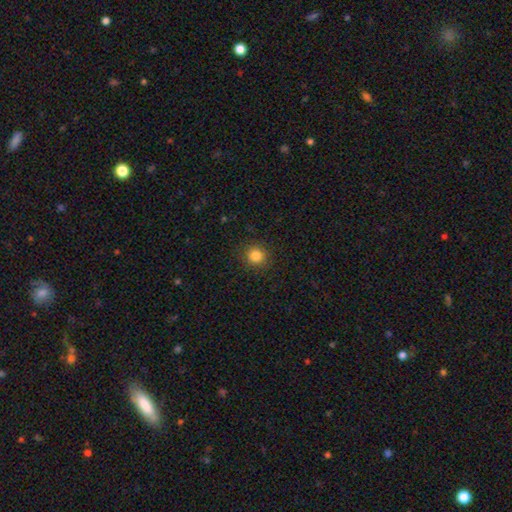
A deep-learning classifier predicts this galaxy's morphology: Smooth or featured? smooth (83%)
How rounded? round (92%)
Merging? none (90%)